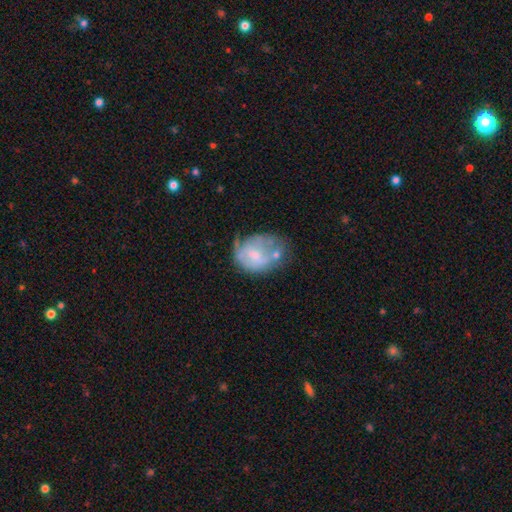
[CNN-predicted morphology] This is possibly a smooth galaxy (46%). Merging: marginally none (31%).